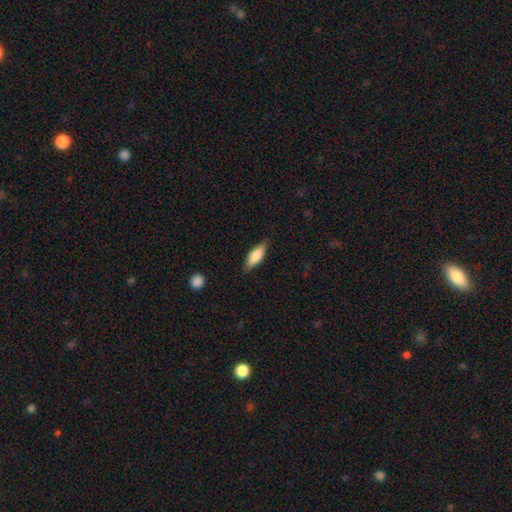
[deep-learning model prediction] Q: Smooth or featured?
A: smooth (77%); runner-up: featured or disk (17%)
Q: How rounded?
A: in between (68%); runner-up: cigar-shaped (30%)
Q: Merging?
A: none (80%); runner-up: minor disturbance (15%)